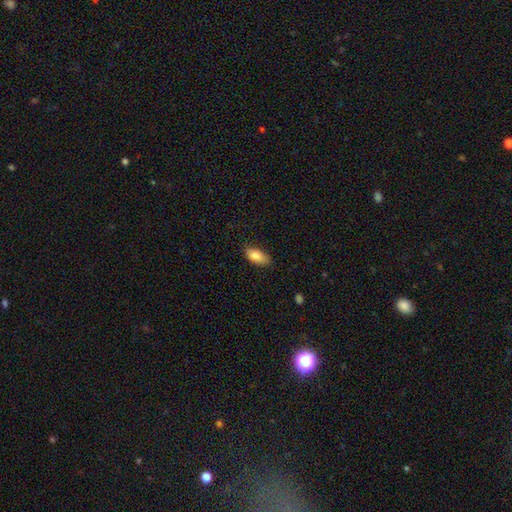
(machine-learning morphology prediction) Smooth or featured? smooth (85%)
How rounded? in between (91%)
Merging? none (74%)